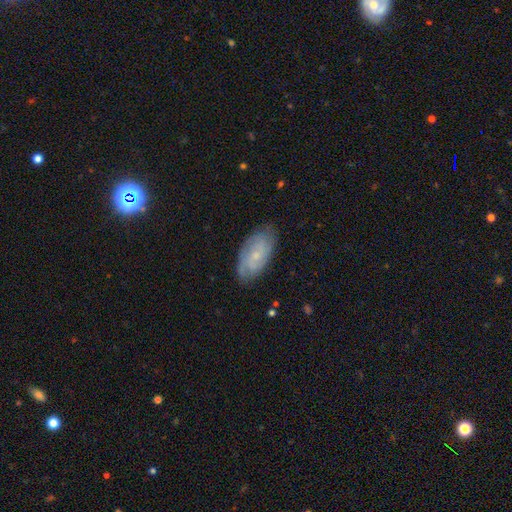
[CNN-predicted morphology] Smooth or featured?
  - featured or disk: 63% *
  - smooth: 30%
  - star or artifact: 7%
Edge-on disk?
  - no: 93% *
  - yes: 7%
Bar?
  - no: 71% *
  - weak: 25%
  - strong: 4%
Spiral arms?
  - yes: 86% *
  - no: 14%
Spiral winding?
  - tight: 62% *
  - medium: 29%
  - loose: 9%
Spiral arm count?
  - can't tell: 45% *
  - 2: 32%
  - 3: 11%
  - 4: 5%
  - 1: 4%
  - more than 4: 3%
Bulge size?
  - small: 75% *
  - moderate: 18%
  - none: 5%
  - large: 1%
  - dominant: 1%
Merging?
  - none: 77% *
  - minor disturbance: 18%
  - major disturbance: 4%
  - merger: 1%